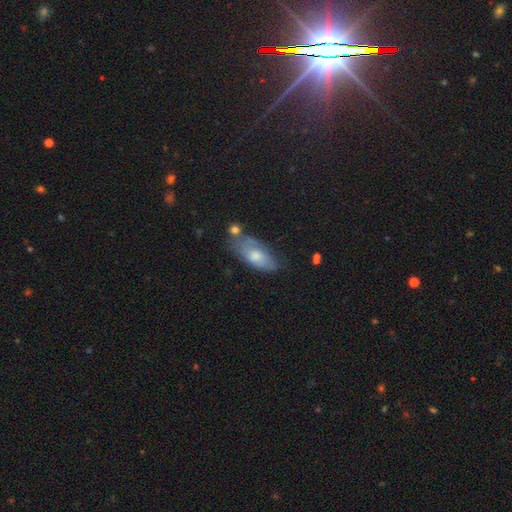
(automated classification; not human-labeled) Smooth or featured: smooth — 50% (featured or disk — 42%)
How rounded: in between — 84% (cigar-shaped — 12%)
Merging: none — 54% (minor disturbance — 27%)